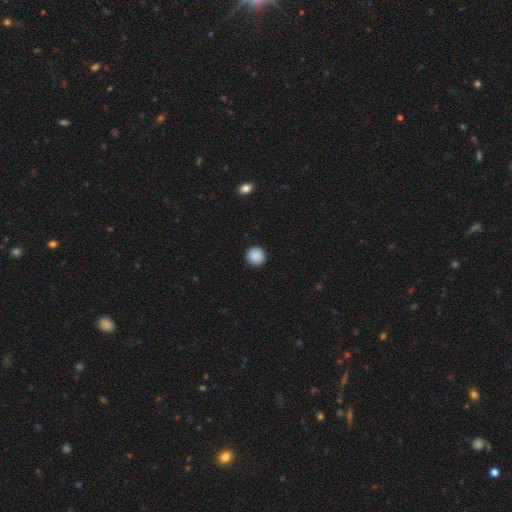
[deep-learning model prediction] Morphology: type=smooth (89%); roundness=round (94%); merging=none (93%).